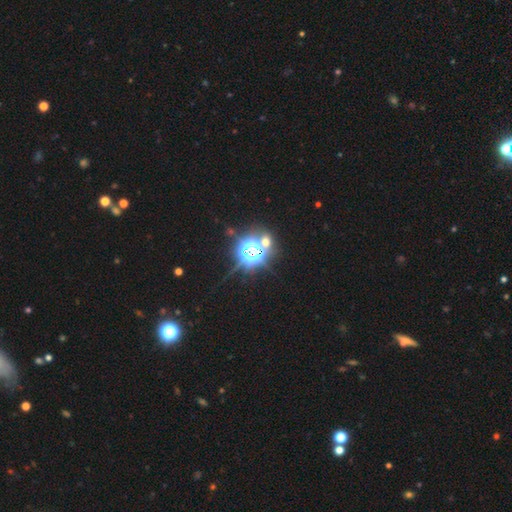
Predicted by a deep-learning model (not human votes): smooth-or-featured: star or artifact: 76% | smooth: 15% | featured or disk: 10%